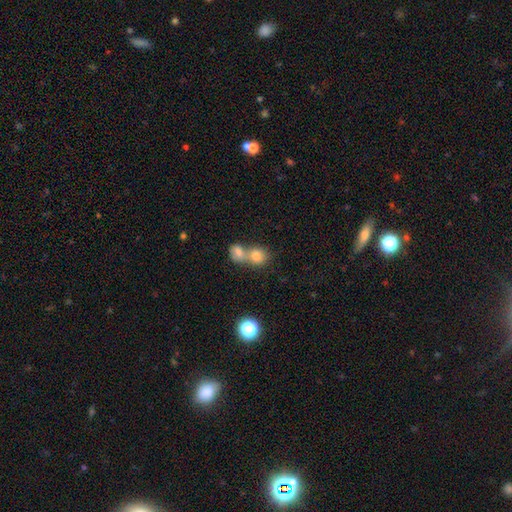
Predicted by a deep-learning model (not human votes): Smooth or featured: smooth — 76% (star or artifact — 13%)
How rounded: round — 74% (in between — 25%)
Merging: merger — 62% (none — 30%)